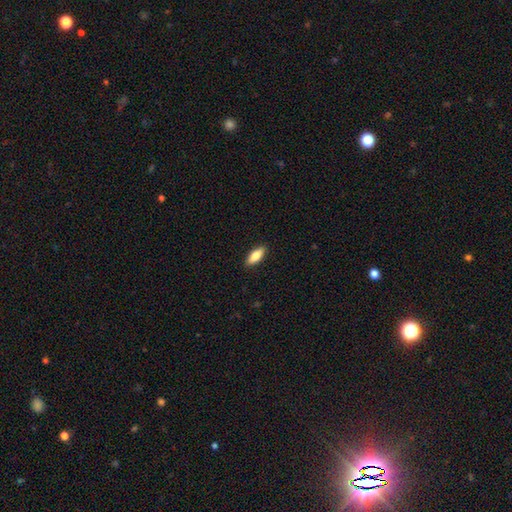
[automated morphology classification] Smooth or featured?
  - smooth: 73% *
  - featured or disk: 22%
  - star or artifact: 6%
How rounded?
  - in between: 68% *
  - cigar-shaped: 29%
  - round: 2%
Merging?
  - none: 90% *
  - minor disturbance: 8%
  - major disturbance: 2%
  - merger: 1%